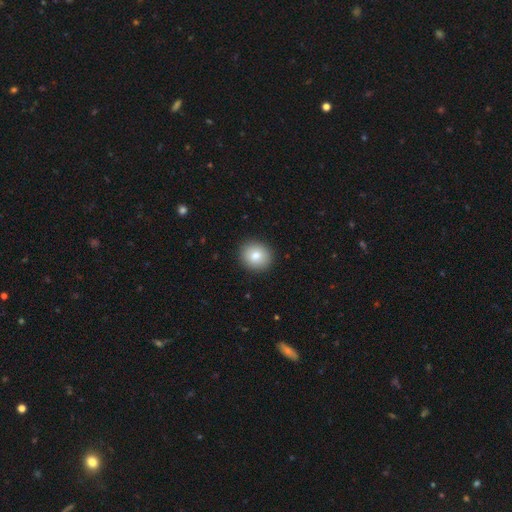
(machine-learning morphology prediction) Smooth or featured? Predicted: smooth (p=0.82). How rounded? Predicted: round (p=0.84). Merging? Predicted: none (p=0.91).